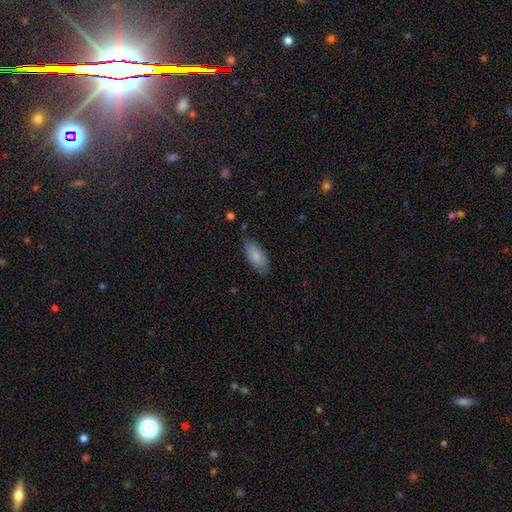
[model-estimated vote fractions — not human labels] A smooth galaxy with no disk features (83%) that is in between round and cigar-shaped (88%). Merging: none (76%).